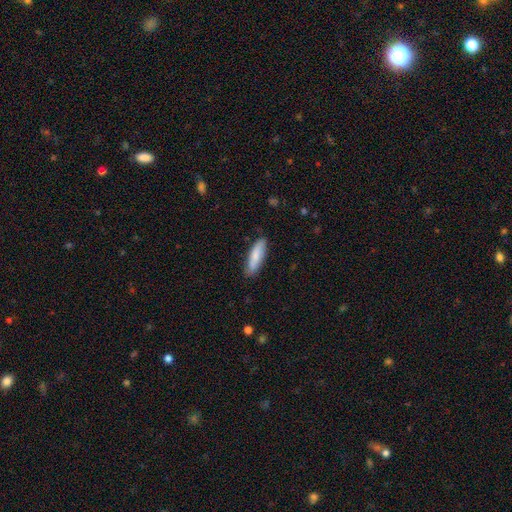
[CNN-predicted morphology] Overall: smooth (79%). How rounded: cigar-shaped (57%; in between 41%). Merging: none (82%).